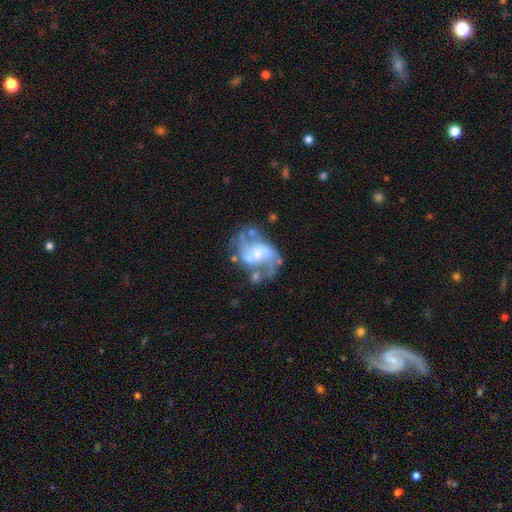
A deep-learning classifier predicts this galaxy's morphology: featured or disk 83%, smooth 9%, star or artifact 8%. Down the decision tree: edge-on disk — no (98%); bar — no (45%); spiral arms — yes (88%); spiral arm count — 2 (79%); spiral winding — medium (47%); bulge size — small (46%); merging — none (51%).